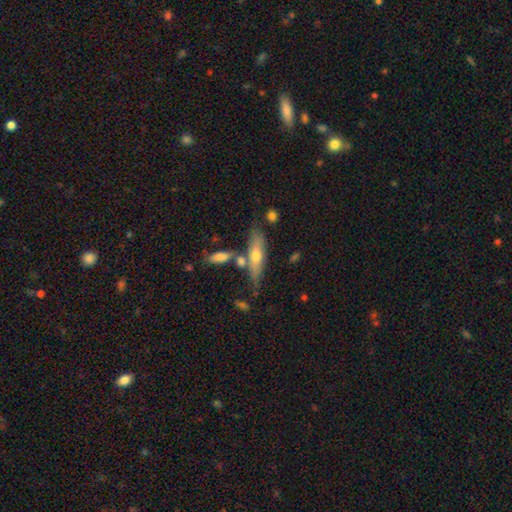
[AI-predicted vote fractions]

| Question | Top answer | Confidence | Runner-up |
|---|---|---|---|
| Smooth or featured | smooth | 47% | tied: featured or disk (47%) |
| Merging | none | 63% | merger (17%) |